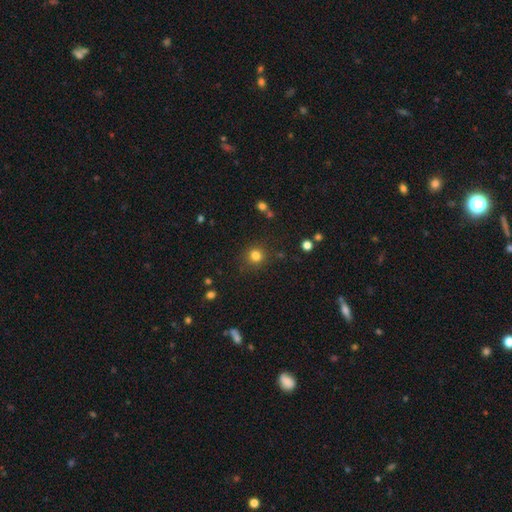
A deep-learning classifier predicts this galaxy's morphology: Smooth or featured? Predicted: smooth (p=0.81). How rounded? Predicted: round (p=0.92). Merging? Predicted: none (p=0.87).